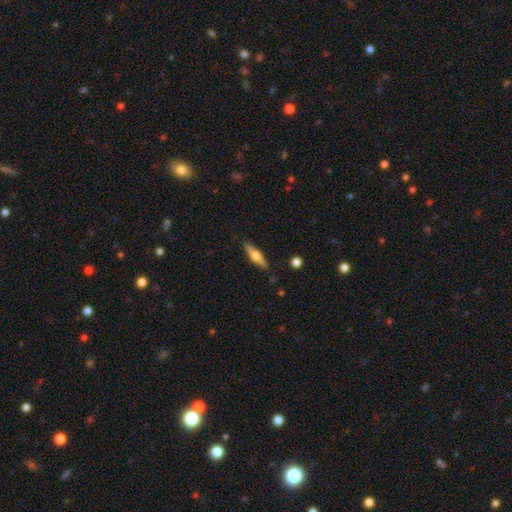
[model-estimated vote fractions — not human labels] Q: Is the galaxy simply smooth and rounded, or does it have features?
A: featured or disk — 48%.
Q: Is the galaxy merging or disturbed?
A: none — 87%.